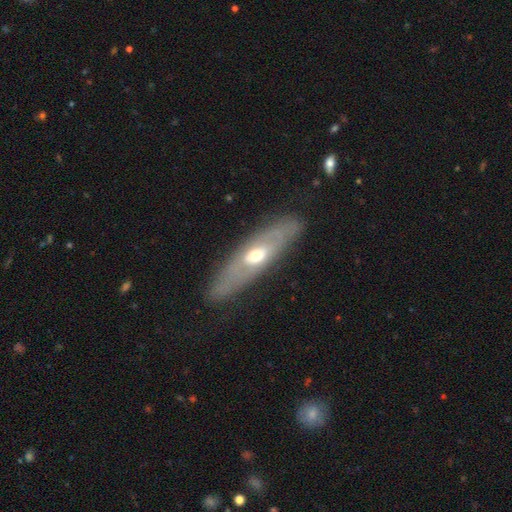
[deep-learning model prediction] Smooth or featured? Predicted: featured or disk (p=0.63). Edge-on disk? Predicted: no (p=0.63). Merging? Predicted: none (p=0.84).